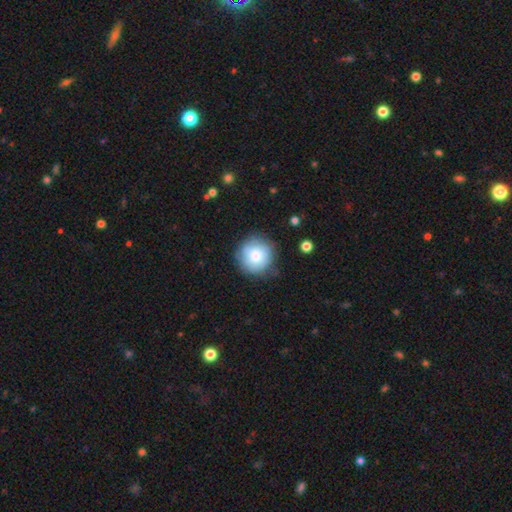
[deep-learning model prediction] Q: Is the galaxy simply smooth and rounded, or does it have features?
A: smooth — 72%.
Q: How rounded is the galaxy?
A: round — 94%.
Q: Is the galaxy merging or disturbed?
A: none — 77%.